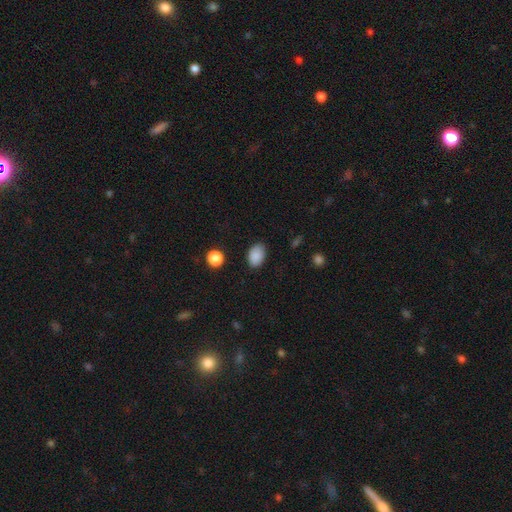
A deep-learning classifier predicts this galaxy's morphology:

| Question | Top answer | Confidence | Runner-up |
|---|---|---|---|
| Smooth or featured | smooth | 88% | star or artifact (8%) |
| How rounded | in between | 85% | round (14%) |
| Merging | none | 84% | minor disturbance (12%) |